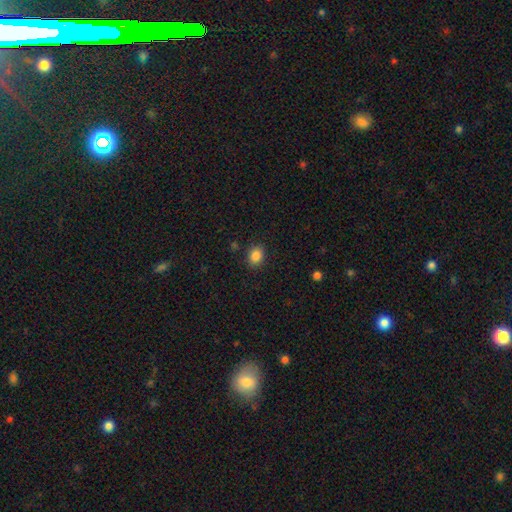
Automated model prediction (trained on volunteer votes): This is clearly a smooth galaxy (85%). How rounded: possibly in between (55%). Merging: clearly none (87%).